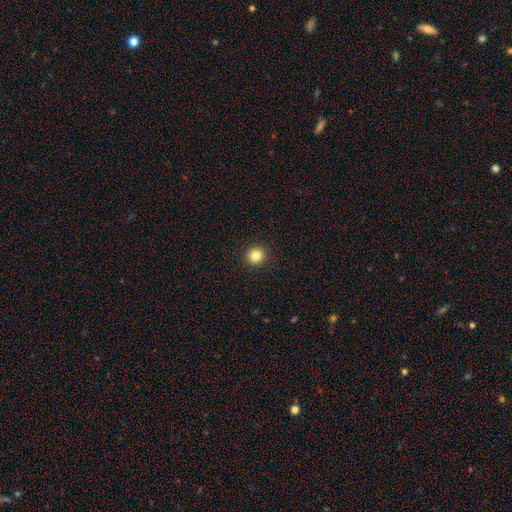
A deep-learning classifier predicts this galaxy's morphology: A smooth galaxy with no disk features (84%) that is round (93%). Merging: none (93%).